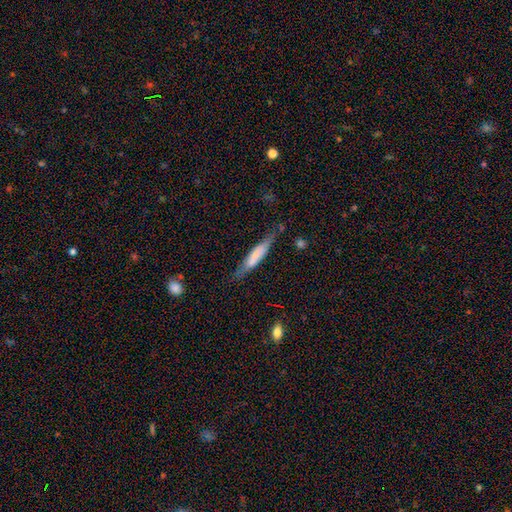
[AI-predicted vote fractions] Q: Smooth or featured?
A: smooth (60%); runner-up: featured or disk (34%)
Q: How rounded?
A: cigar-shaped (84%); runner-up: in between (15%)
Q: Merging?
A: none (67%); runner-up: minor disturbance (23%)